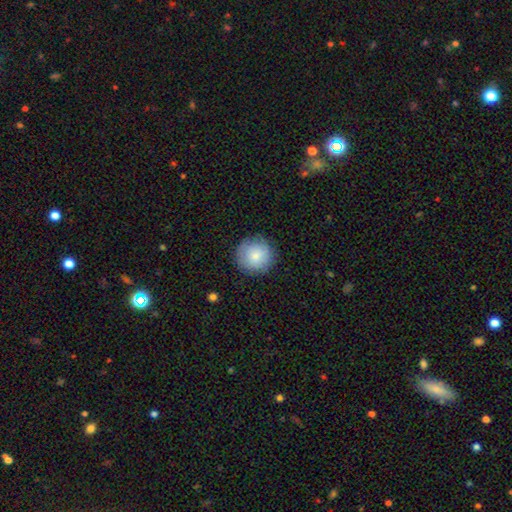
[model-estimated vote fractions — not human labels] This appears to be a smooth galaxy with no disk features (81%) that is round (95%). Merging: none (86%).